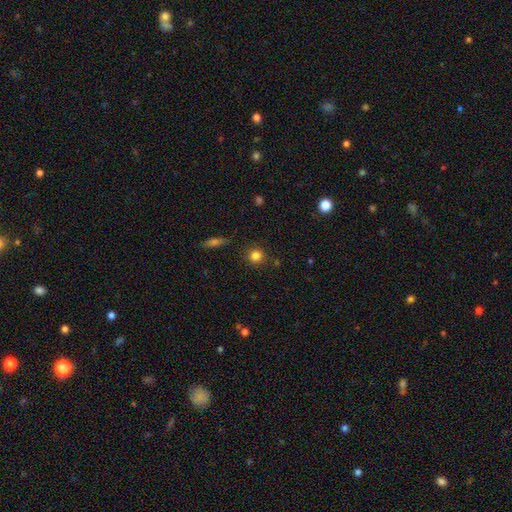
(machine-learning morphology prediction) Overall: smooth (82%). How rounded: round (91%). Merging: none (87%).